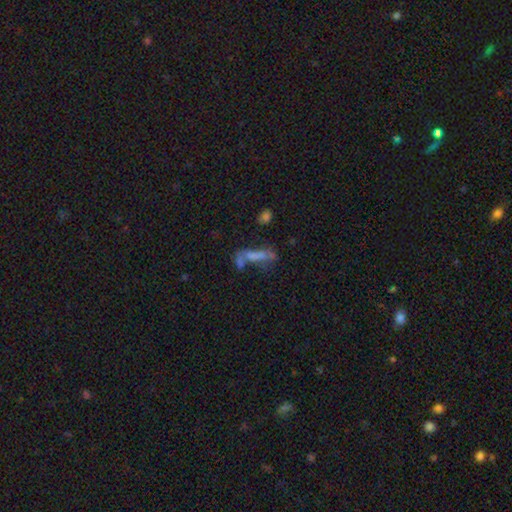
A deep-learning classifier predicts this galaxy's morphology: Overall: smooth (55%; featured or disk 29%). How rounded: cigar-shaped (67%; in between 30%). Merging: merger (35%; none 33%).